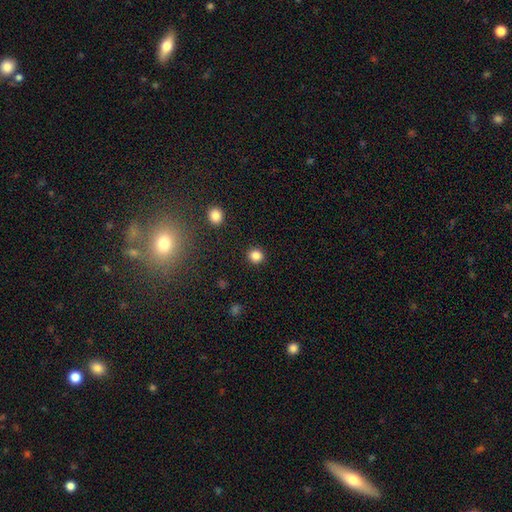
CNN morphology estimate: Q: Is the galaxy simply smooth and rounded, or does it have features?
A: smooth — 84%.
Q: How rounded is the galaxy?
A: round — 92%.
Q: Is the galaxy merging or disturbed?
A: none — 92%.